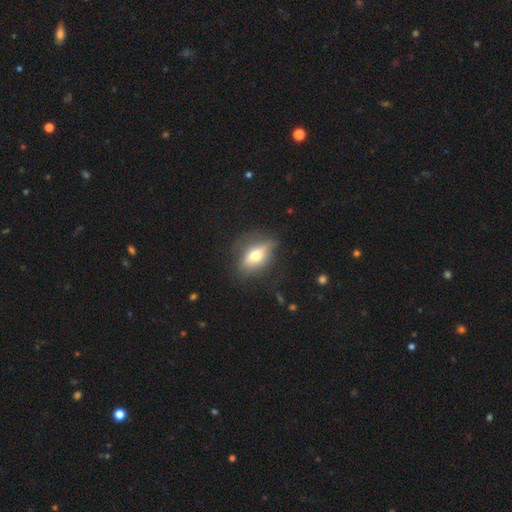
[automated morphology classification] Smooth or featured? Predicted: smooth (p=0.46). Merging? Predicted: none (p=0.68).